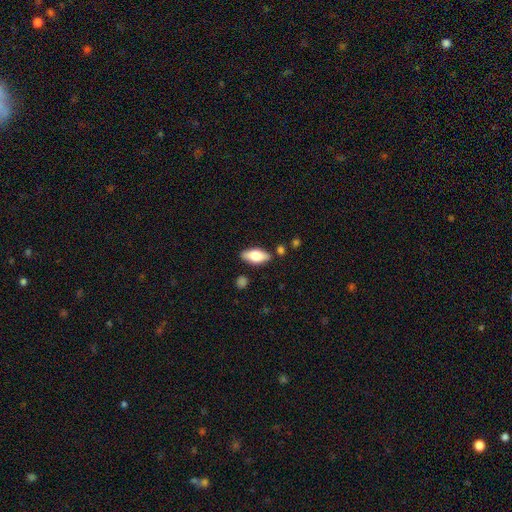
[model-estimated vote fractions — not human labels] smooth-or-featured: smooth: 72% | featured or disk: 21% | star or artifact: 7%
  how-rounded: in between: 85% | cigar-shaped: 12% | round: 3%
  merging: none: 81% | minor disturbance: 13% | merger: 4% | major disturbance: 3%